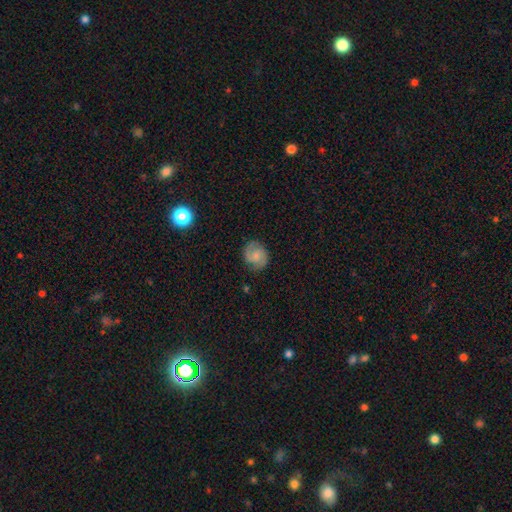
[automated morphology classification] Smooth or featured? Predicted: featured or disk (p=0.61). Edge-on disk? Predicted: no (p=0.98). Bar? Predicted: no (p=0.58). Spiral arms? Predicted: yes (p=0.94). Spiral winding? Predicted: medium (p=0.50). Spiral arm count? Predicted: 2 (p=0.88). Bulge size? Predicted: small (p=0.46). Merging? Predicted: none (p=0.82).